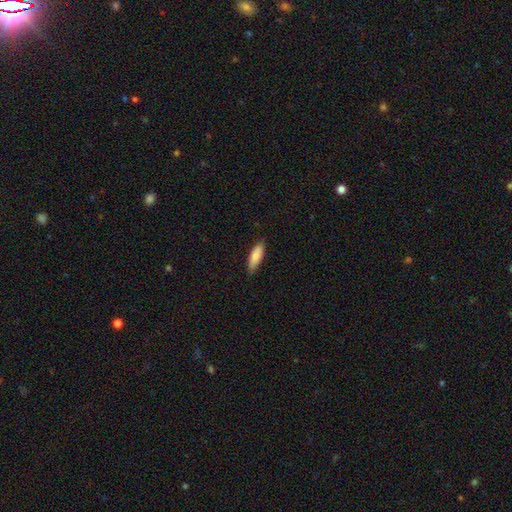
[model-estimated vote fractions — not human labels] A smooth galaxy with no disk features (84%) that is in between round and cigar-shaped (57%).

Vote fractions:
- Smooth or featured? smooth: 84% / featured or disk: 10% / star or artifact: 6%
- How rounded? in between: 57% / cigar-shaped: 41% / round: 2%
- Merging? none: 80% / minor disturbance: 17% / major disturbance: 2% / merger: 1%